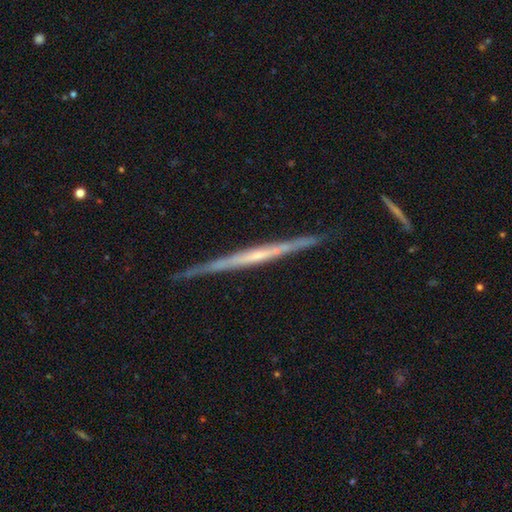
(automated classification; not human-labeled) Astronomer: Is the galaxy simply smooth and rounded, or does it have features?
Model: featured or disk — 75%.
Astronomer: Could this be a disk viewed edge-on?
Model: yes — 97%.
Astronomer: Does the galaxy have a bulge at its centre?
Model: none — 71%.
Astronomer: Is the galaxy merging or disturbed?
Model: none — 87%.